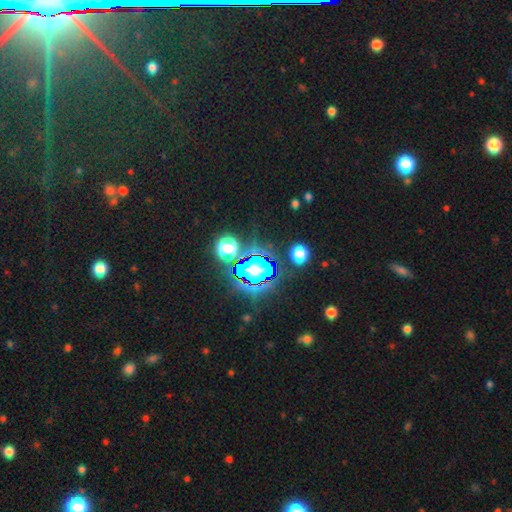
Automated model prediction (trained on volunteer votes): Smooth or featured?
  - star or artifact: 80% *
  - smooth: 13%
  - featured or disk: 8%